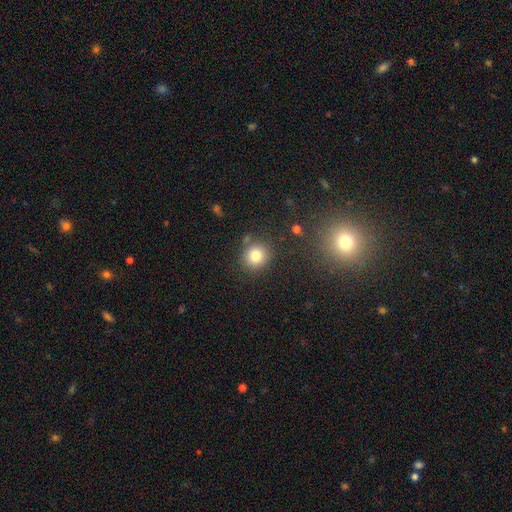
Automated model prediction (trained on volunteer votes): smooth 81%, star or artifact 12%, featured or disk 7%. Down the decision tree: how rounded — round (87%); merging — none (80%).